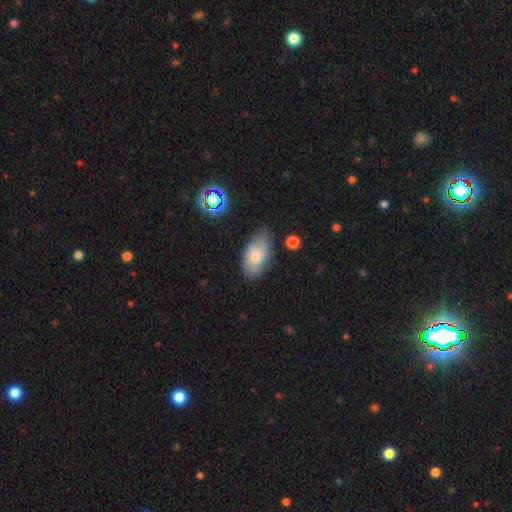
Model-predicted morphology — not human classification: Smooth or featured? Predicted: smooth (p=0.70). How rounded? Predicted: in between (p=0.93). Merging? Predicted: none (p=0.68).